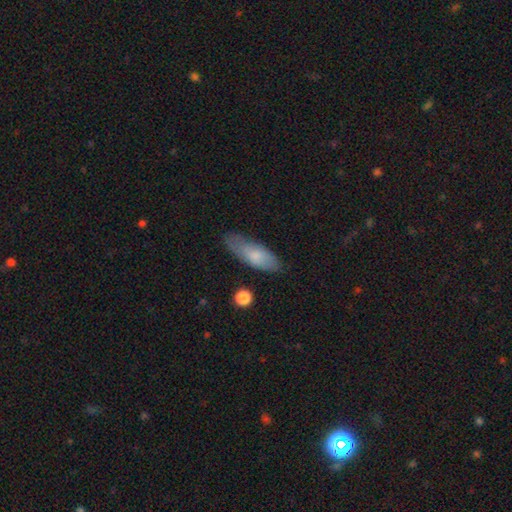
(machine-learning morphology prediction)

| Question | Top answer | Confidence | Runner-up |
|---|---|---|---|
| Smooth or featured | smooth | 74% | featured or disk (20%) |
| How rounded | in between | 66% | cigar-shaped (32%) |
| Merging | none | 71% | minor disturbance (22%) |